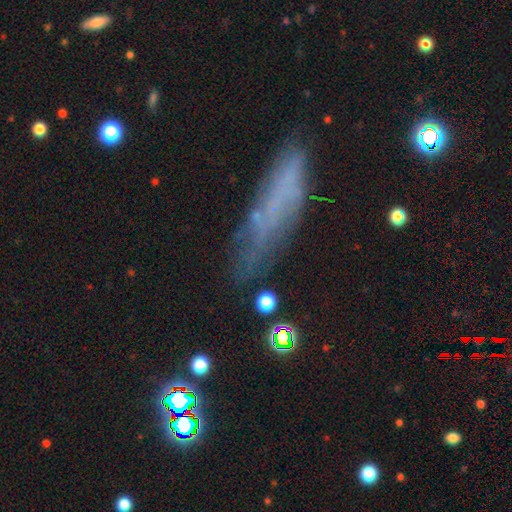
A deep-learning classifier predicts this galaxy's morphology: This is marginally a smooth galaxy (45%). Merging: likely none (62%).